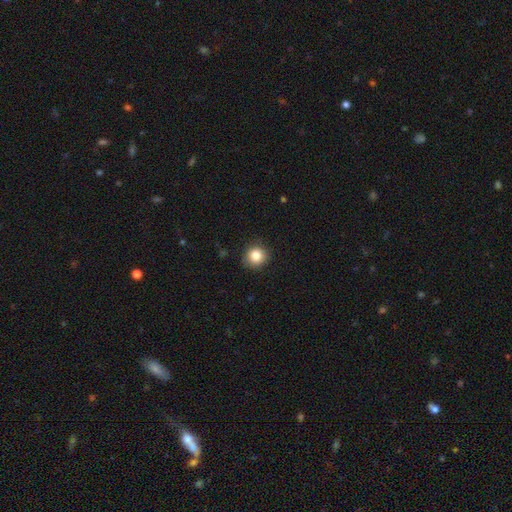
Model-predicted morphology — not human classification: A smooth galaxy with no disk features (83%) that is round (89%).

Vote fractions:
- Smooth or featured? smooth: 83% / star or artifact: 10% / featured or disk: 6%
- How rounded? round: 89% / in between: 10% / cigar-shaped: 1%
- Merging? none: 88% / minor disturbance: 9% / major disturbance: 2% / merger: 1%